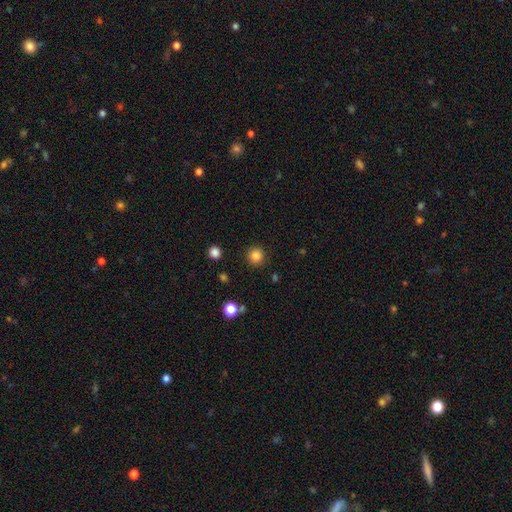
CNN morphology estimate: smooth-or-featured: smooth: 84% | star or artifact: 12% | featured or disk: 4%
  how-rounded: round: 95% | in between: 4% | cigar-shaped: 1%
  merging: none: 91% | minor disturbance: 6% | major disturbance: 2% | merger: 1%